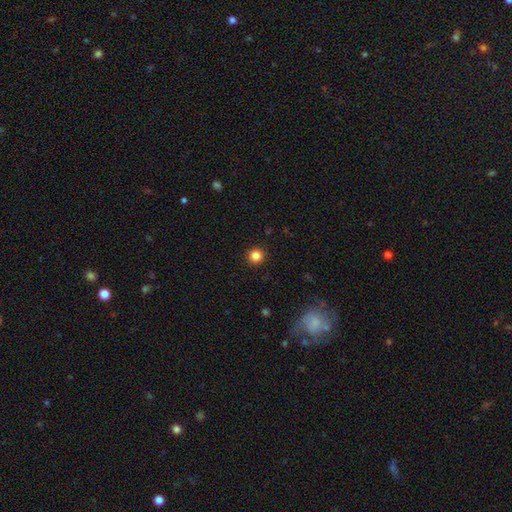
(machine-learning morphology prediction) Smooth or featured? smooth (84%)
How rounded? round (94%)
Merging? none (93%)